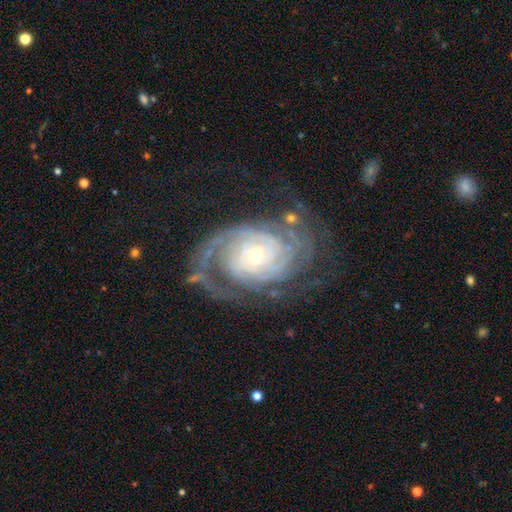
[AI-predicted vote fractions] Smooth or featured? featured or disk (92%)
Edge-on disk? no (97%)
Bar? no (62%)
Spiral arms? yes (98%)
Spiral winding? tight (74%)
Spiral arm count? 2 (24%)
Bulge size? small (49%)
Merging? none (67%)